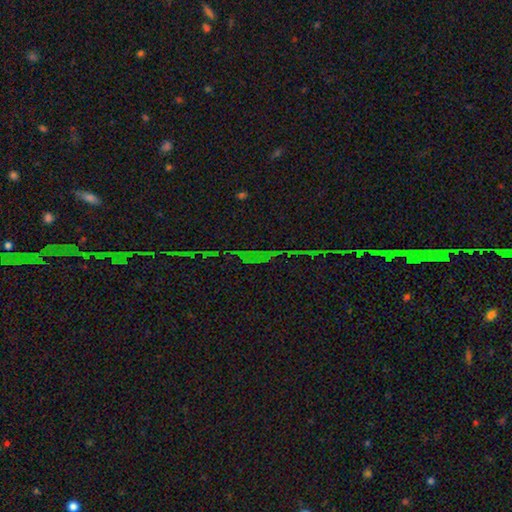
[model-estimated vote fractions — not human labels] Smooth or featured? star or artifact (77%)